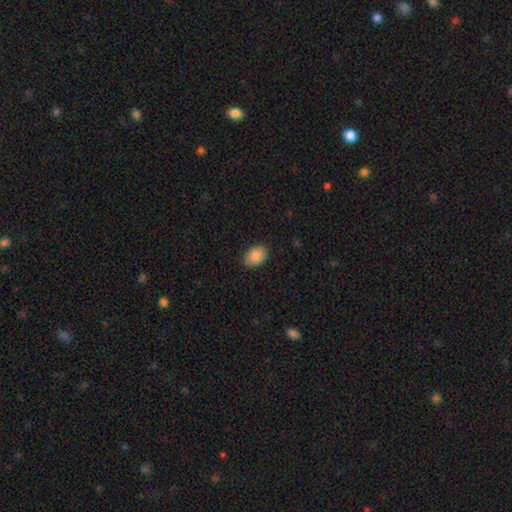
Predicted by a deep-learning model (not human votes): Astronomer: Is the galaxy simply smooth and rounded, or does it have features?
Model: smooth — 87%.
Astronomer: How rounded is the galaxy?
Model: in between — 82%.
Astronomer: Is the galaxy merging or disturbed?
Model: none — 85%.